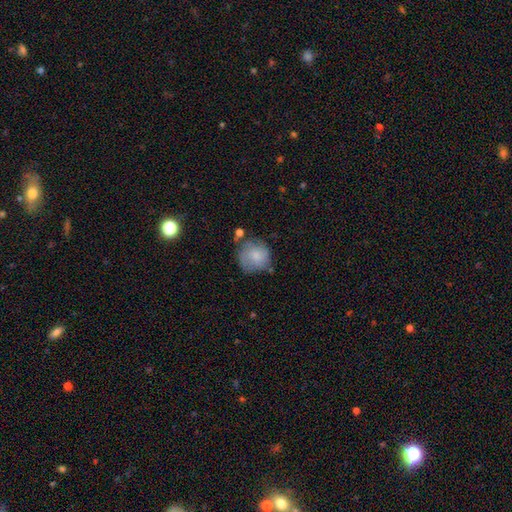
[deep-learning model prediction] smooth 71%, featured or disk 22%, star or artifact 7%. Down the decision tree: how rounded — round (87%); merging — none (58%).